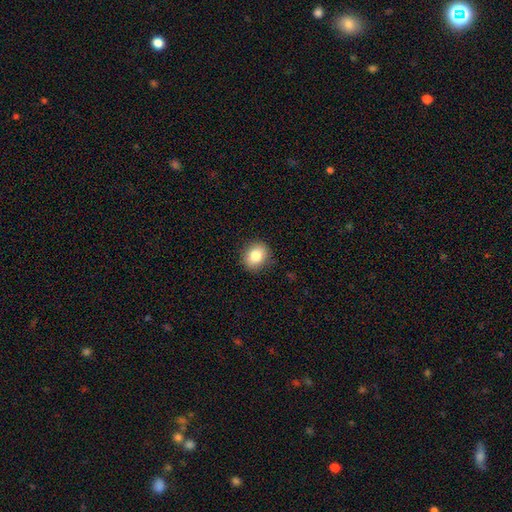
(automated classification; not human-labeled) smooth 82%, star or artifact 9%, featured or disk 9%. Down the decision tree: how rounded — round (70%); merging — none (89%).